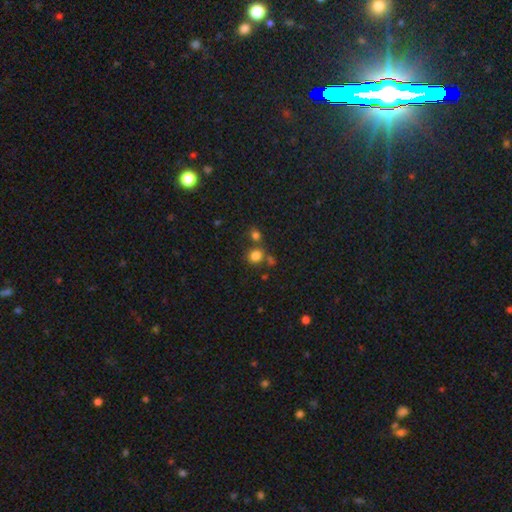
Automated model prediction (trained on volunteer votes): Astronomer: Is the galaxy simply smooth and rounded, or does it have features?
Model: smooth — 79%.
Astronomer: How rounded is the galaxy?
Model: round — 80%.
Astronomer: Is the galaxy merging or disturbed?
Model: none — 63%.